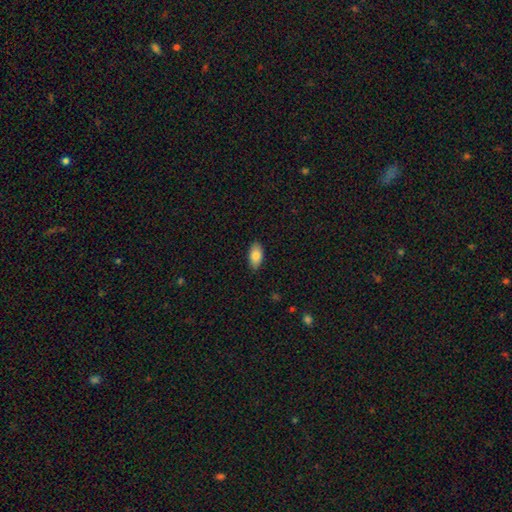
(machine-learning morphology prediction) type=smooth (84%); roundness=in between (93%); merging=none (86%).